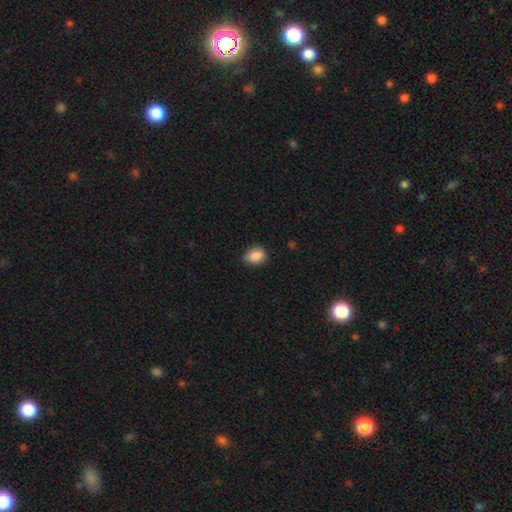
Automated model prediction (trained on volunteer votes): A smooth galaxy with no disk features (87%) that is in between round and cigar-shaped (67%).

Vote fractions:
- Smooth or featured? smooth: 87% / star or artifact: 8% / featured or disk: 5%
- How rounded? in between: 67% / round: 31% / cigar-shaped: 2%
- Merging? none: 73% / minor disturbance: 23% / major disturbance: 3% / merger: 1%